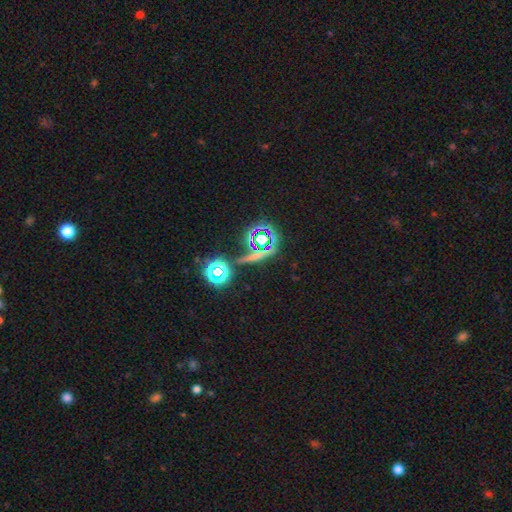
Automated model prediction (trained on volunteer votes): Smooth or featured? Predicted: star or artifact (p=0.57).